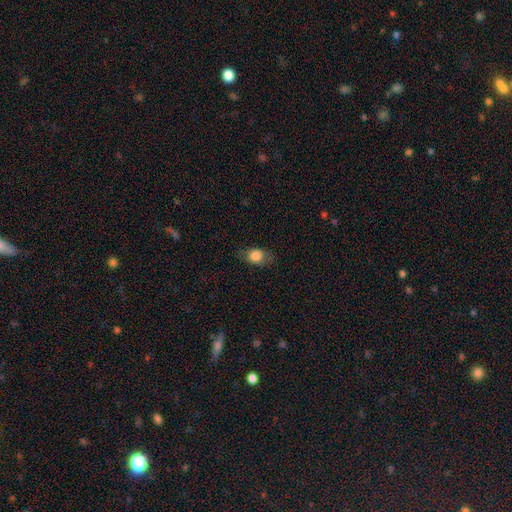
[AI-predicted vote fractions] A smooth galaxy with no disk features (78%) that is in between round and cigar-shaped (64%). Merging: none (74%).